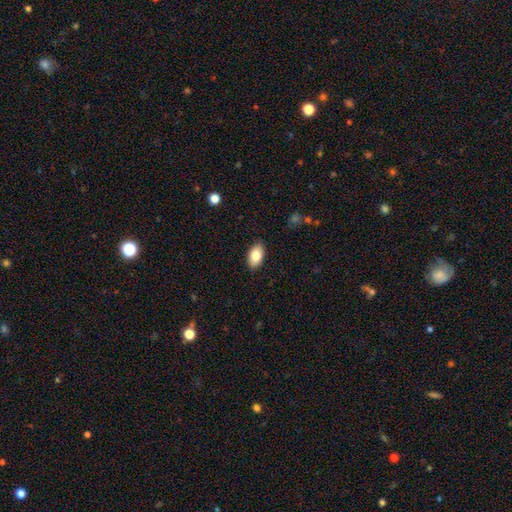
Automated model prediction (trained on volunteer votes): Overall: smooth (83%). How rounded: in between (93%). Merging: none (88%).